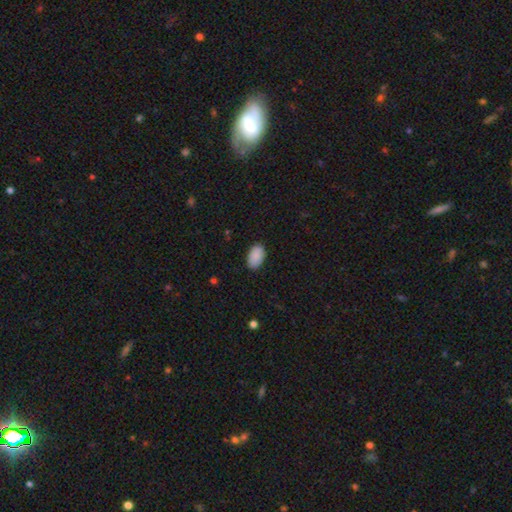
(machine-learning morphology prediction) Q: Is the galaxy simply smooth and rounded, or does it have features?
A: smooth — 89%.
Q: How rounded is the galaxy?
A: in between — 94%.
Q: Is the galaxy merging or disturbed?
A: none — 87%.